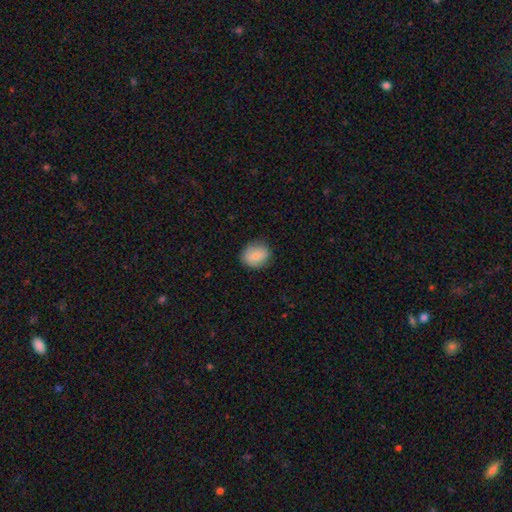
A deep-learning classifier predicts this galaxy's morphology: smooth 82%, featured or disk 10%, star or artifact 7%. Down the decision tree: how rounded — round (72%); merging — none (83%).